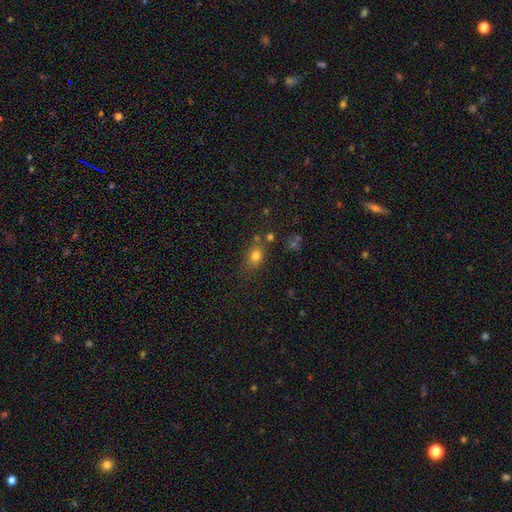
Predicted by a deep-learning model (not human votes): smooth_or_featured: smooth (p=0.76) [alt: star or artifact p=0.14]
how_rounded: in between (p=0.58) [alt: round p=0.39]
merging: none (p=0.67) [alt: minor disturbance p=0.17]